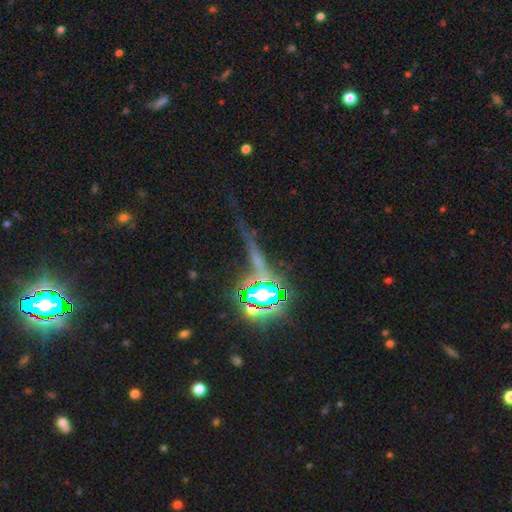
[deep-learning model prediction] This appears to be a star or artifact, not a galaxy (72%).